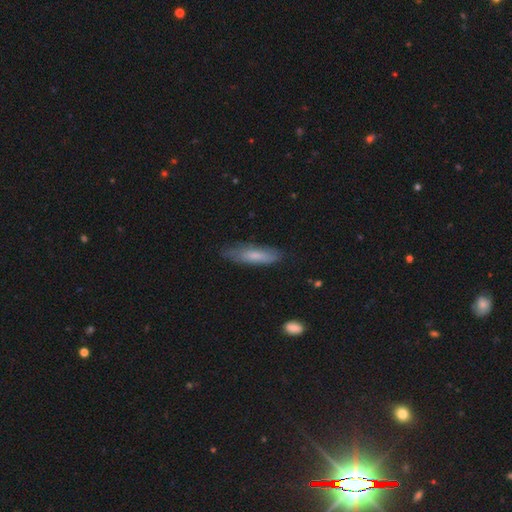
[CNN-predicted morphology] Smooth or featured?
  - smooth: 65% *
  - featured or disk: 28%
  - star or artifact: 6%
How rounded?
  - cigar-shaped: 58% *
  - in between: 40%
  - round: 2%
Merging?
  - none: 72% *
  - minor disturbance: 21%
  - major disturbance: 5%
  - merger: 1%